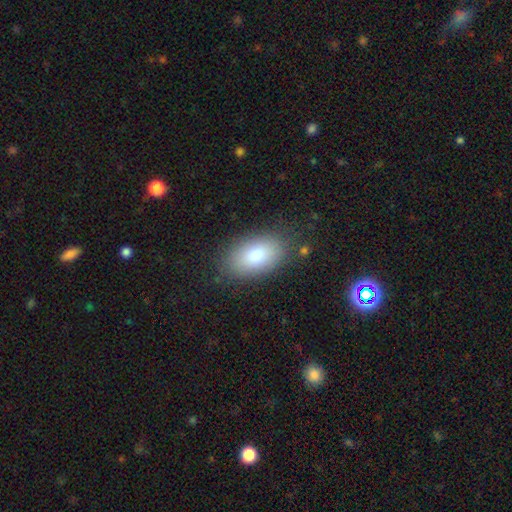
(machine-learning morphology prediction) Smooth or featured? smooth (79%)
How rounded? in between (92%)
Merging? none (83%)